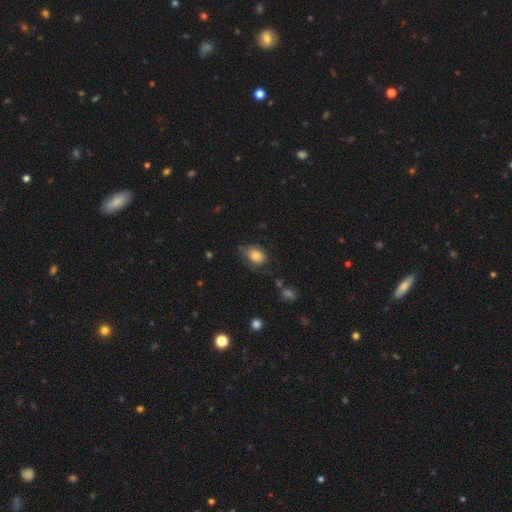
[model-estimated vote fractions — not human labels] Q: Smooth or featured?
A: smooth (80%); runner-up: featured or disk (11%)
Q: How rounded?
A: in between (66%); runner-up: round (32%)
Q: Merging?
A: none (52%); runner-up: minor disturbance (32%)